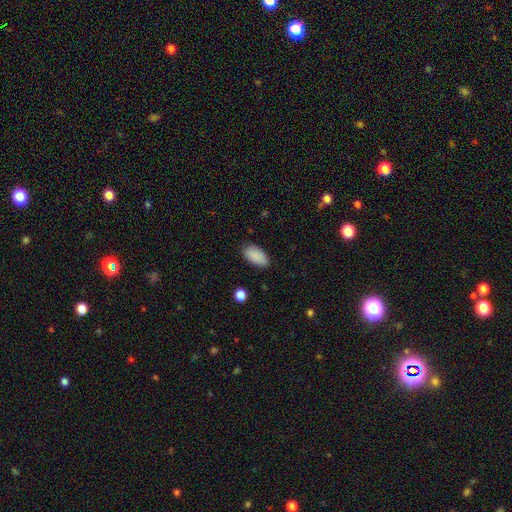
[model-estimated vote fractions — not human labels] Morphology: type=smooth (89%); roundness=in between (94%); merging=none (82%).